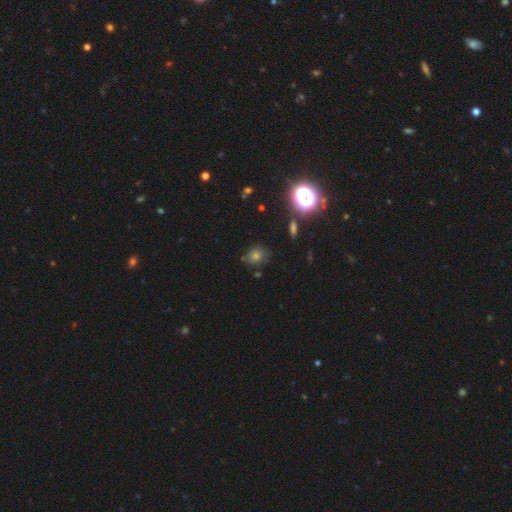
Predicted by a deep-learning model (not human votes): A smooth galaxy with no disk features (59%) that is round (61%).

Vote fractions:
- Smooth or featured? smooth: 59% / star or artifact: 29% / featured or disk: 12%
- How rounded? round: 61% / in between: 38% / cigar-shaped: 2%
- Merging? none: 74% / minor disturbance: 17% / major disturbance: 5% / merger: 4%